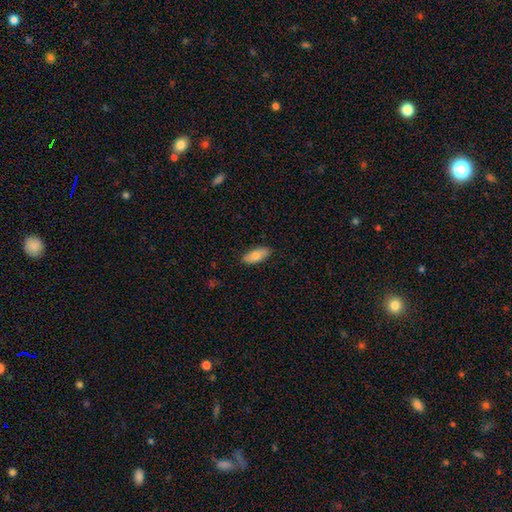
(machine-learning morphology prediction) Q: Smooth or featured?
A: smooth (78%); runner-up: featured or disk (16%)
Q: How rounded?
A: in between (87%); runner-up: cigar-shaped (11%)
Q: Merging?
A: none (87%); runner-up: minor disturbance (10%)